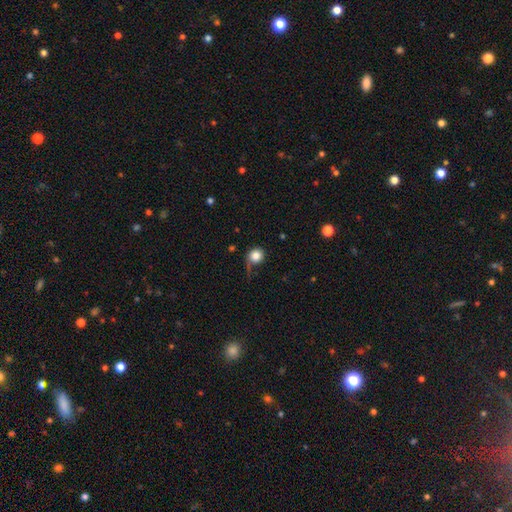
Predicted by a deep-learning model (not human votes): Morphology: type=smooth (82%); roundness=round (86%); merging=none (50%).